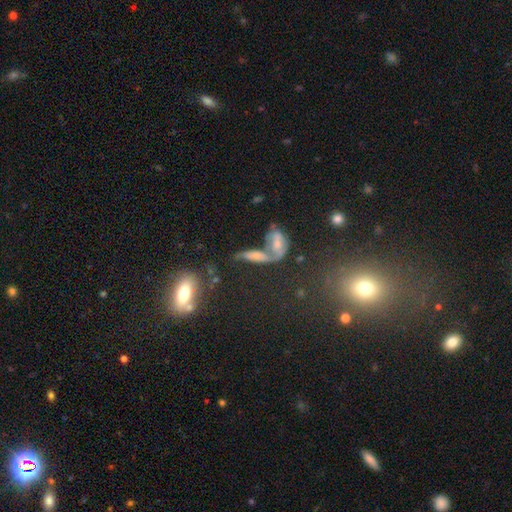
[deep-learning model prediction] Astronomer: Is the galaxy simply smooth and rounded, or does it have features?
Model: smooth — 48% (runner-up: featured or disk, 35%).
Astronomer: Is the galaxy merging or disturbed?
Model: merger — 49% (runner-up: none, 27%).